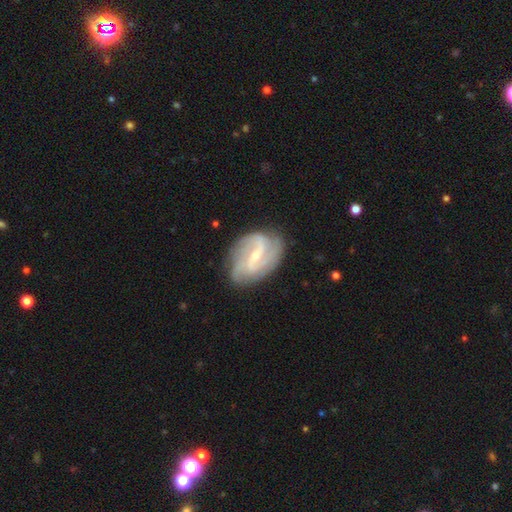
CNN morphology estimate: Smooth or featured? Predicted: featured or disk (p=0.86). Edge-on disk? Predicted: no (p=0.97). Bar? Predicted: weak (p=0.47). Spiral arms? Predicted: yes (p=0.94). Spiral winding? Predicted: medium (p=0.44). Spiral arm count? Predicted: 2 (p=0.53). Bulge size? Predicted: small (p=0.73). Merging? Predicted: none (p=0.74).